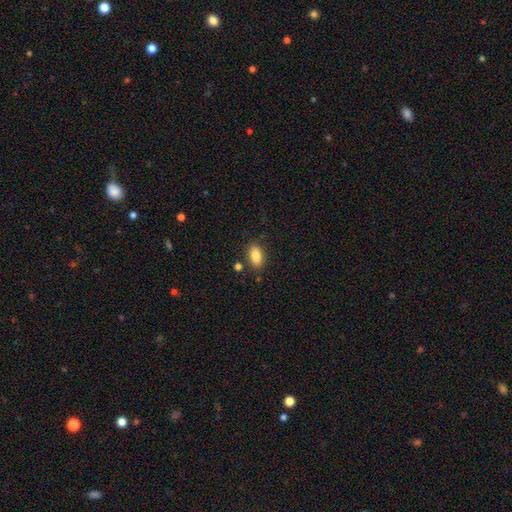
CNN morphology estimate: type=smooth (85%); roundness=in between (91%); merging=none (83%).